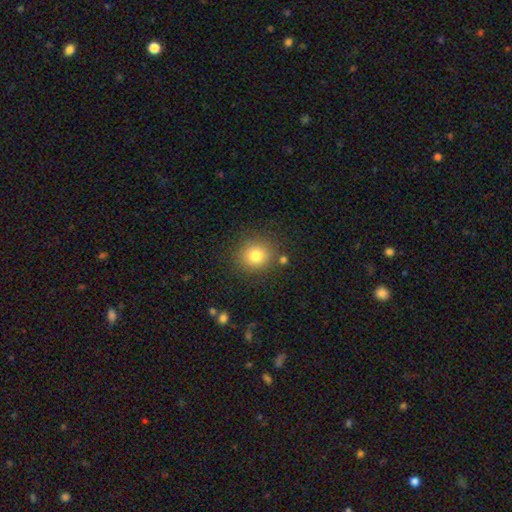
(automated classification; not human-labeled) smooth_or_featured: smooth (p=0.80) [alt: star or artifact p=0.12]
how_rounded: round (p=0.88) [alt: in between p=0.11]
merging: none (p=0.85) [alt: minor disturbance p=0.08]